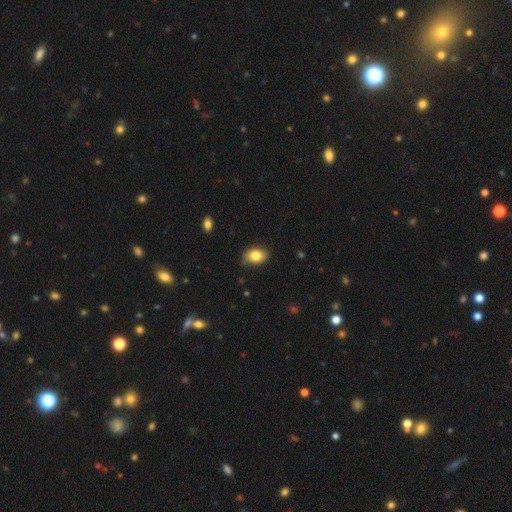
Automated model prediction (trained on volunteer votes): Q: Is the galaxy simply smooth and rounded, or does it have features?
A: smooth — 82%.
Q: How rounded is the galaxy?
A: in between — 79%.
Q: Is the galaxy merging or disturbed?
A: none — 79%.